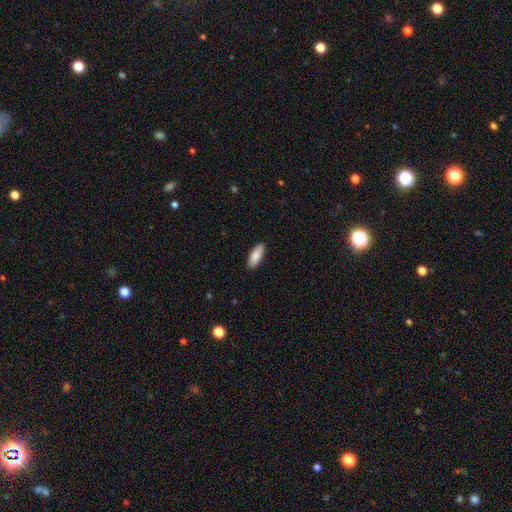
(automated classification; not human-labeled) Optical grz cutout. It shows a smooth galaxy with no disk features (87%) that is in between round and cigar-shaped (77%). Merging: none (89%).